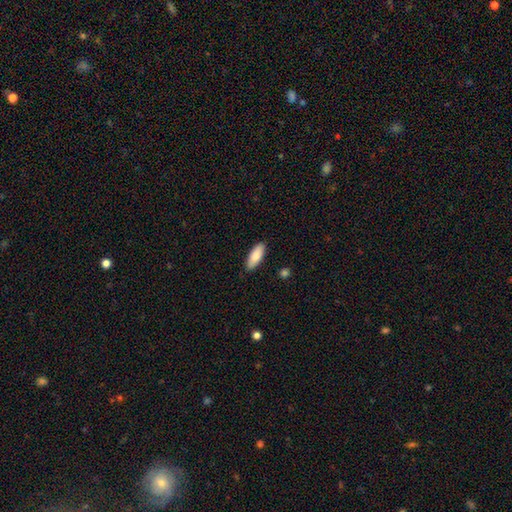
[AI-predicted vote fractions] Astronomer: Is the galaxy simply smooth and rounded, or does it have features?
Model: smooth — 84%.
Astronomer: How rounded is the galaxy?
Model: in between — 75%.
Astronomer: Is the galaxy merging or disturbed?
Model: none — 87%.